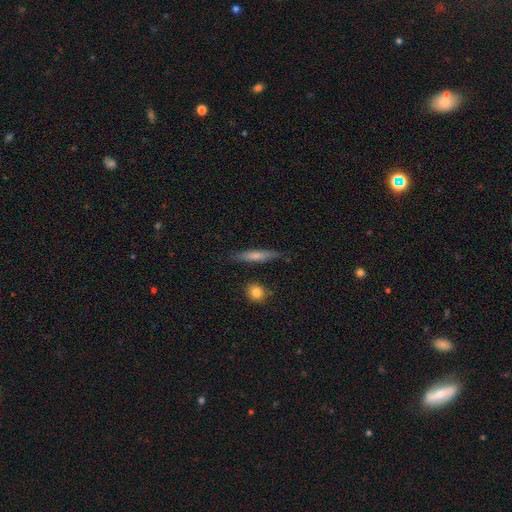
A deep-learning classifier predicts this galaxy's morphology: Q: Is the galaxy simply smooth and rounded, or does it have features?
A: smooth — 60%.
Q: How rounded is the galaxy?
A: cigar-shaped — 87%.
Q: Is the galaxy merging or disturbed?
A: none — 83%.